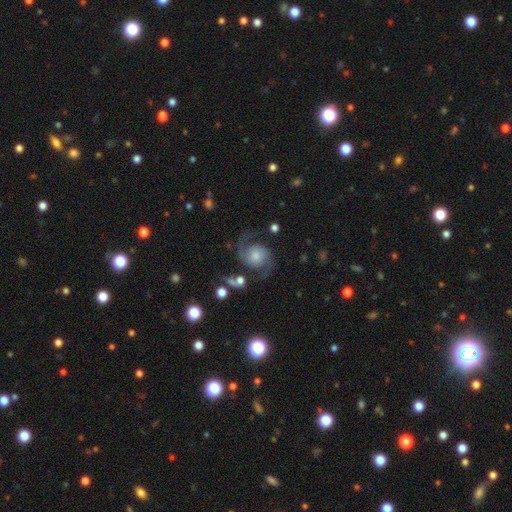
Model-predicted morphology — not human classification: type=featured or disk (86%); edge-on=no (98%); bar=no (71%); spiral arms=yes (97%); winding=medium (54%); arm count=2 (94%); bulge=moderate (40%); merging=none (71%).